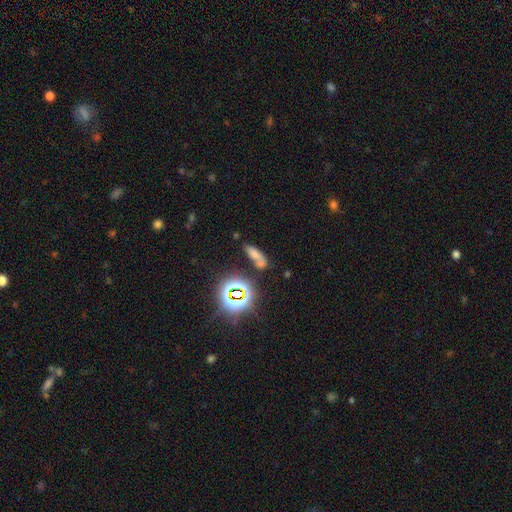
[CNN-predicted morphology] Q: Smooth or featured?
A: smooth (58%); runner-up: star or artifact (27%)
Q: How rounded?
A: in between (58%); runner-up: cigar-shaped (32%)
Q: Merging?
A: none (44%); runner-up: merger (32%)